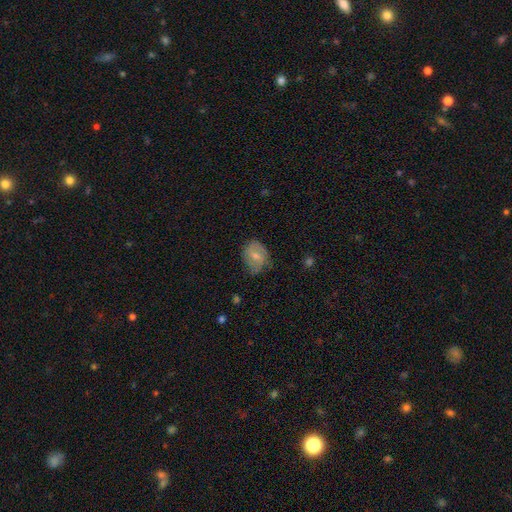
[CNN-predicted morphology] This appears to be a smooth galaxy with no disk features (58%) that is in between round and cigar-shaped (58%). Merging: none (60%).